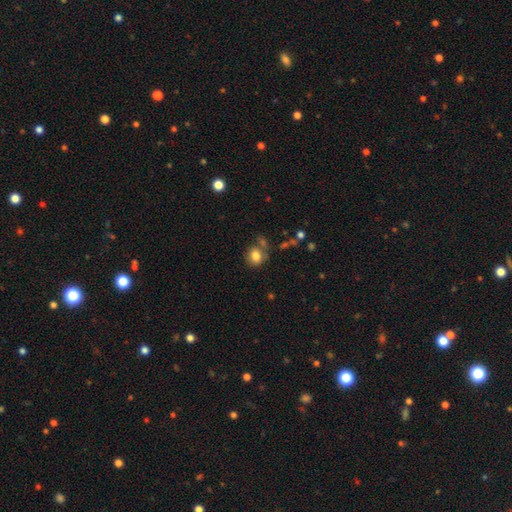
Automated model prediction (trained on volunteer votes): Q: Smooth or featured?
A: smooth (81%); runner-up: star or artifact (10%)
Q: How rounded?
A: round (61%); runner-up: in between (38%)
Q: Merging?
A: none (58%); runner-up: minor disturbance (18%)